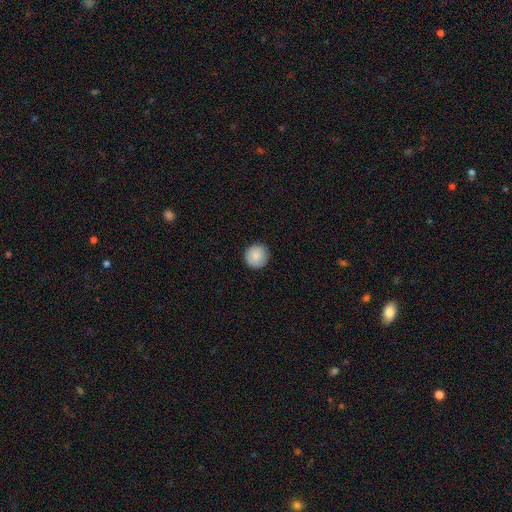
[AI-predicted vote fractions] Morphology: type=smooth (88%); roundness=round (96%); merging=none (91%).